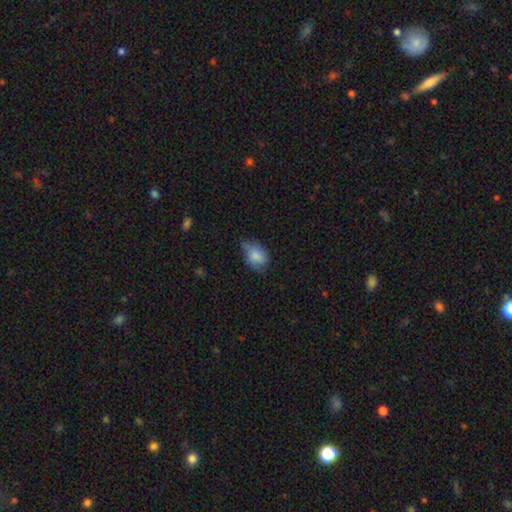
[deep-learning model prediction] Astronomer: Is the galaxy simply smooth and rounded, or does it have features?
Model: smooth — 79%.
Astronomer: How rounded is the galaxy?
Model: in between — 75%.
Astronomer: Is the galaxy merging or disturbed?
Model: none — 45% (runner-up: minor disturbance, 43%).